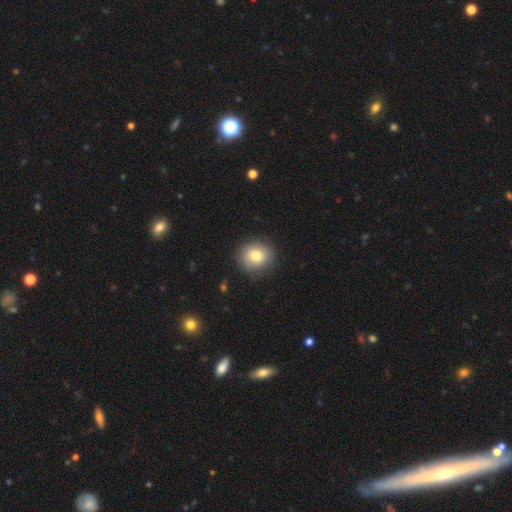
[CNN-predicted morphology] A smooth galaxy with no disk features (80%) that is round (88%).

Vote fractions:
- Smooth or featured? smooth: 80% / featured or disk: 11% / star or artifact: 9%
- How rounded? round: 88% / in between: 11% / cigar-shaped: 1%
- Merging? none: 87% / minor disturbance: 9% / major disturbance: 3% / merger: 1%